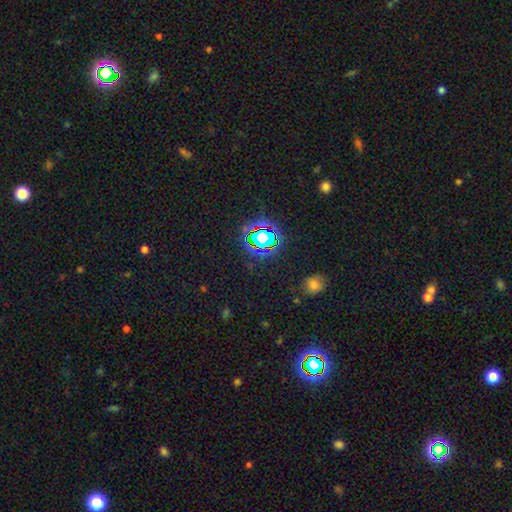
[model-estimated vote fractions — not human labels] Smooth or featured: star or artifact — 79% (smooth — 13%)